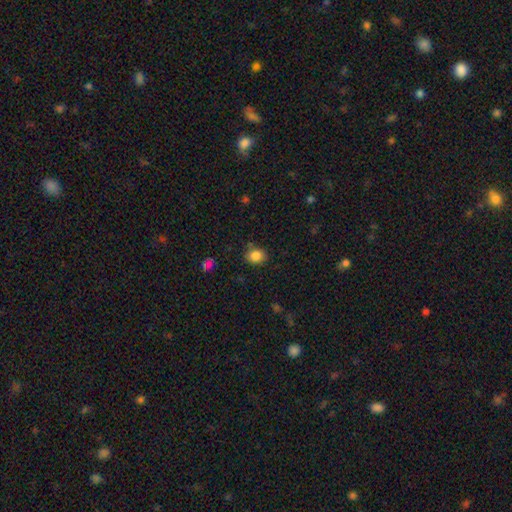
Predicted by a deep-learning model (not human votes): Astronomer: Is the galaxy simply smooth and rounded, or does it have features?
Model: smooth — 84%.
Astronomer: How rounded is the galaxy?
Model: round — 51% (runner-up: in between, 48%).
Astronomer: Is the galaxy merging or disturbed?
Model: none — 81%.